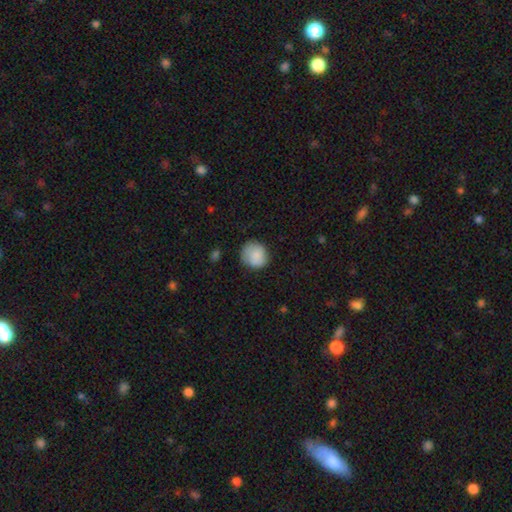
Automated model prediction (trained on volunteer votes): A smooth galaxy with no disk features (84%) that is round (85%).

Vote fractions:
- Smooth or featured? smooth: 84% / featured or disk: 9% / star or artifact: 7%
- How rounded? round: 85% / in between: 14% / cigar-shaped: 1%
- Merging? none: 73% / minor disturbance: 20% / major disturbance: 5% / merger: 1%